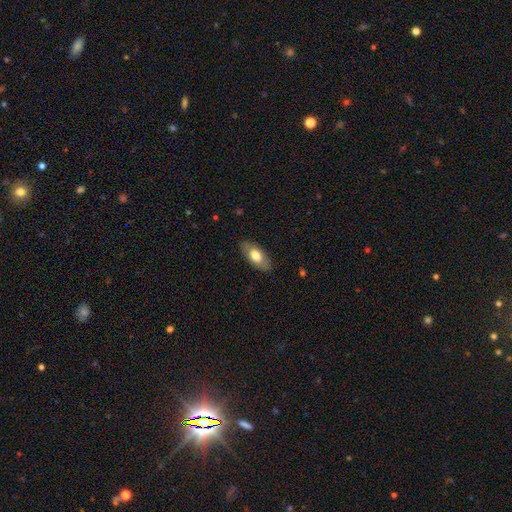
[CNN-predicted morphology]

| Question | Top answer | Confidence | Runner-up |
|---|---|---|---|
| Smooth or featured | smooth | 69% | featured or disk (25%) |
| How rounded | in between | 89% | cigar-shaped (9%) |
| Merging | none | 84% | minor disturbance (12%) |